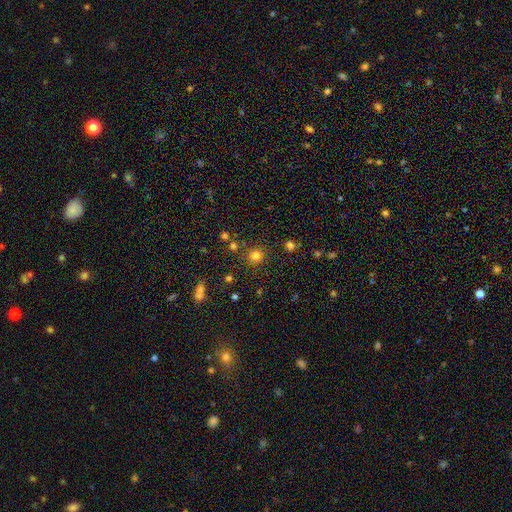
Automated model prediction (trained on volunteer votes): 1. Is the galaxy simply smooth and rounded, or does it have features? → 77% smooth, 17% star or artifact, 6% featured or disk.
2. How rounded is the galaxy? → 89% round, 10% in between, 1% cigar-shaped.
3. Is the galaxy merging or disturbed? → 84% none, 8% minor disturbance, 5% merger, 3% major disturbance.